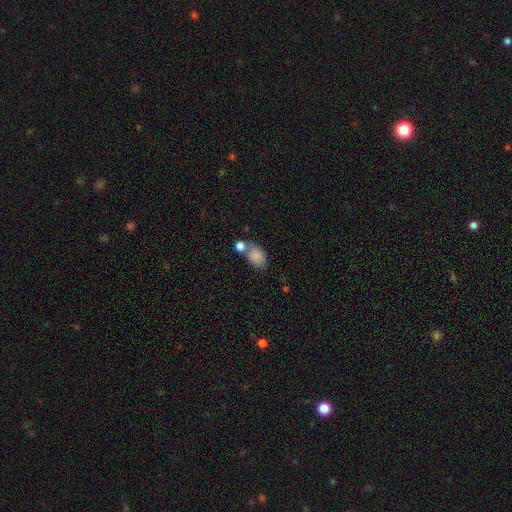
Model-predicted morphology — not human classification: Smooth or featured?
  - smooth: 84% *
  - star or artifact: 8%
  - featured or disk: 8%
How rounded?
  - in between: 85% *
  - round: 14%
  - cigar-shaped: 2%
Merging?
  - none: 46% *
  - merger: 30%
  - minor disturbance: 16%
  - major disturbance: 7%